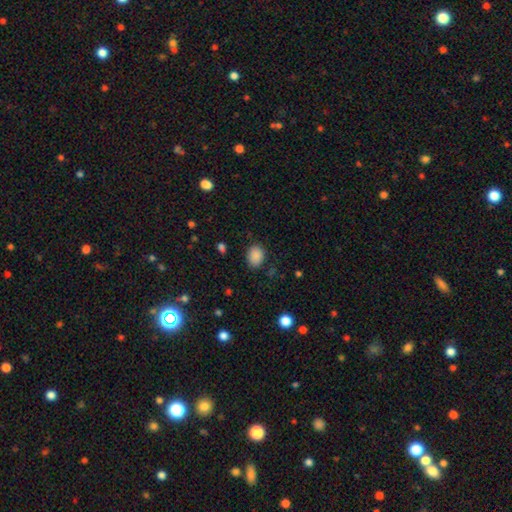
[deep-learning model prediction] This appears to be a smooth galaxy with no disk features (88%) that is in between round and cigar-shaped (62%). Merging: none (83%).